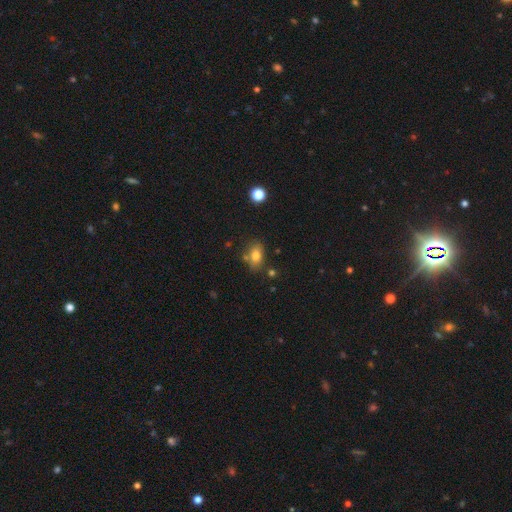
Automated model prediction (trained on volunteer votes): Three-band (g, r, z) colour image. It shows a smooth galaxy with no disk features (76%) that is in between round and cigar-shaped (79%). Merging: none (69%).